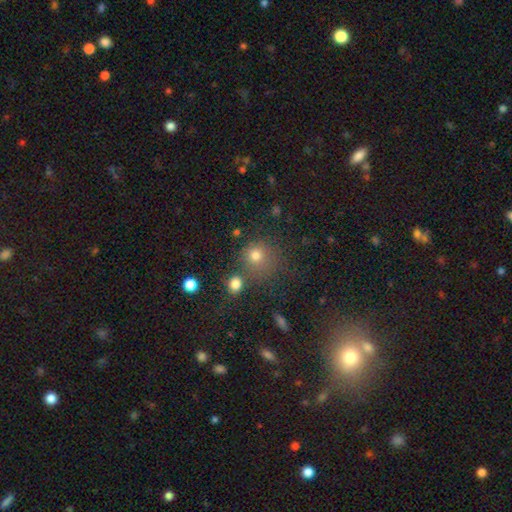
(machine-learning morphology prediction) smooth-or-featured: smooth: 74% | star or artifact: 17% | featured or disk: 8%
  how-rounded: round: 88% | in between: 11% | cigar-shaped: 1%
  merging: none: 65% | merger: 15% | minor disturbance: 13% | major disturbance: 7%